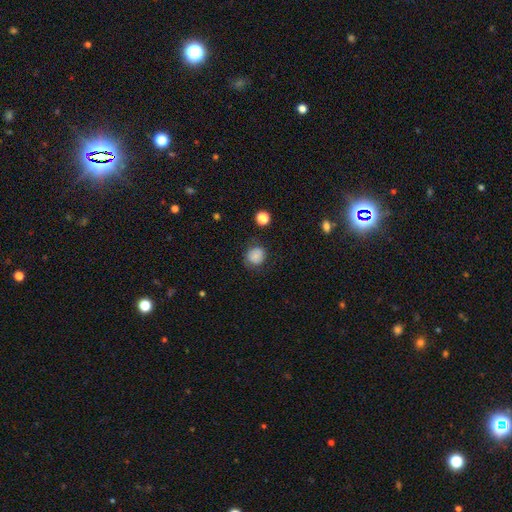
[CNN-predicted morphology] Smooth or featured? smooth (81%)
How rounded? round (80%)
Merging? none (74%)